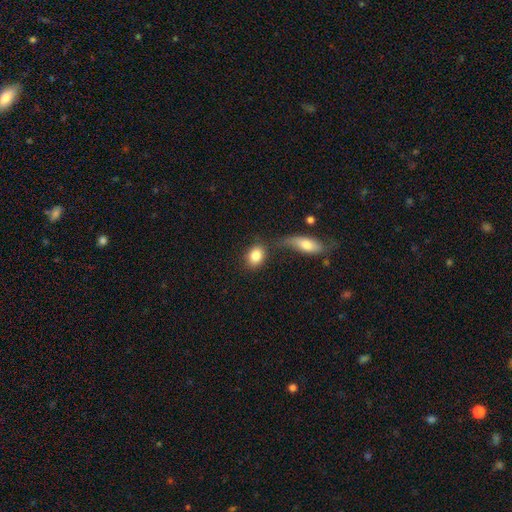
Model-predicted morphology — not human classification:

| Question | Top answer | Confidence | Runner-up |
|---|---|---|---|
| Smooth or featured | smooth | 84% | featured or disk (9%) |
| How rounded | in between | 72% | round (26%) |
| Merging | none | 64% | merger (18%) |